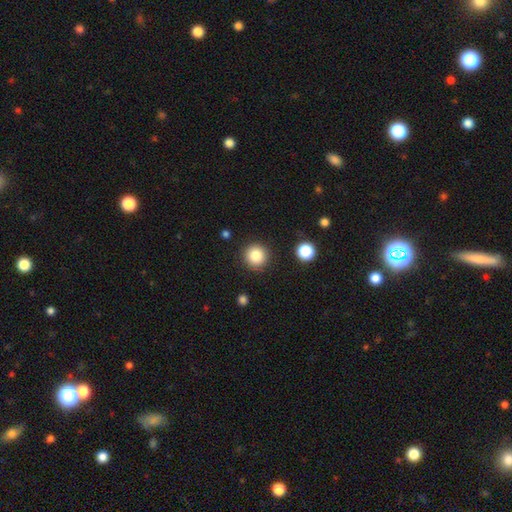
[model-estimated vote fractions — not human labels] Smooth or featured? smooth (83%)
How rounded? round (95%)
Merging? none (90%)